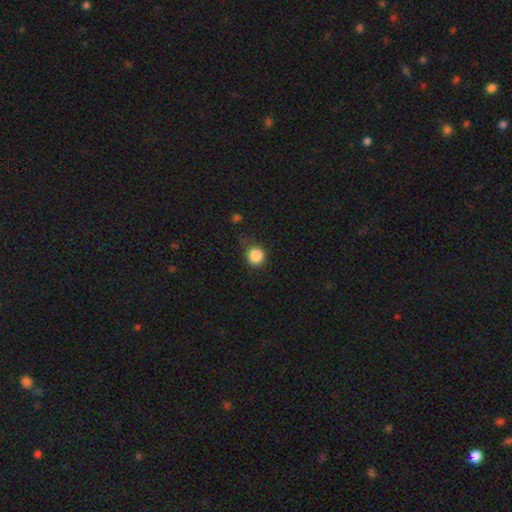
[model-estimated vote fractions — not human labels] Overall: smooth (86%). How rounded: round (92%). Merging: none (76%).